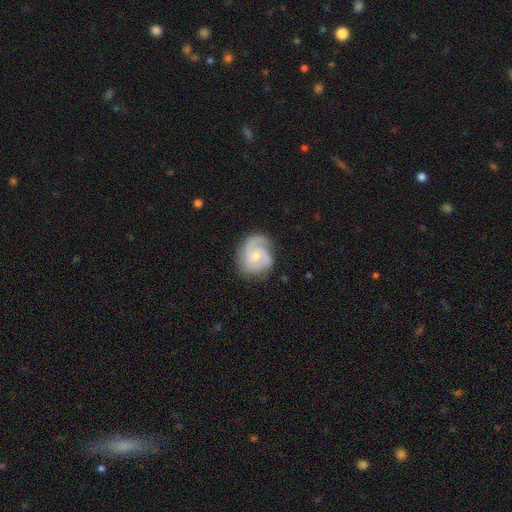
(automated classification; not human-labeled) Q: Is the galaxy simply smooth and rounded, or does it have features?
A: featured or disk — 79%.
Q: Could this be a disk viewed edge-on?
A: no — 98%.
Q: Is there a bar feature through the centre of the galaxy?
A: no — 63%.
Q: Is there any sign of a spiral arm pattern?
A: yes — 96%.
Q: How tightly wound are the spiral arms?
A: medium — 44%.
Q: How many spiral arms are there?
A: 2 — 53%.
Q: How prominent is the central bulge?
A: small — 52%.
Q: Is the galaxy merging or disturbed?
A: none — 70%.